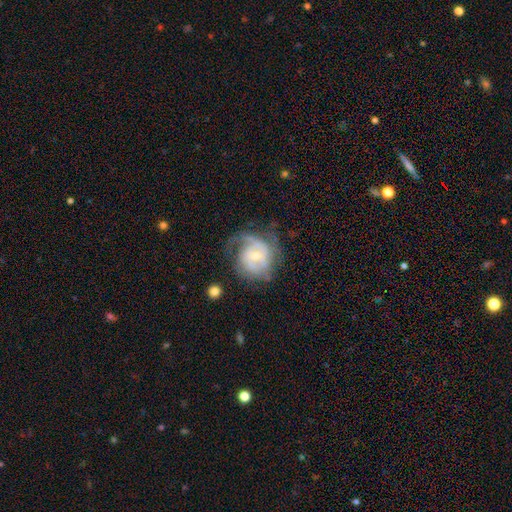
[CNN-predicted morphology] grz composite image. It shows a featured or disk galaxy (76%) with no bar (63%), 2 (37%) tight (45%) spiral arms (89%) and a small central bulge (55%). Merging: none (51%).